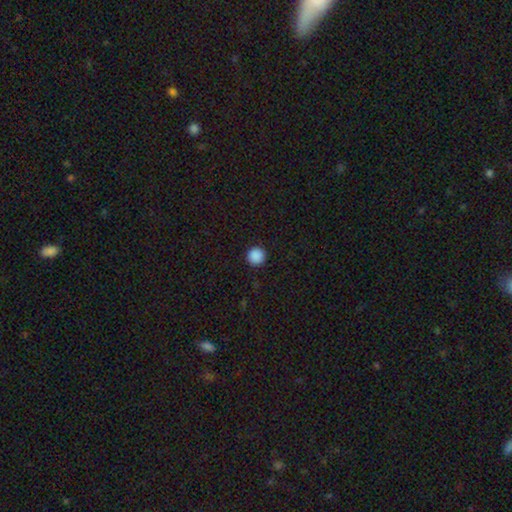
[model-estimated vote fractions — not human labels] Smooth or featured? smooth (89%)
How rounded? round (96%)
Merging? none (93%)